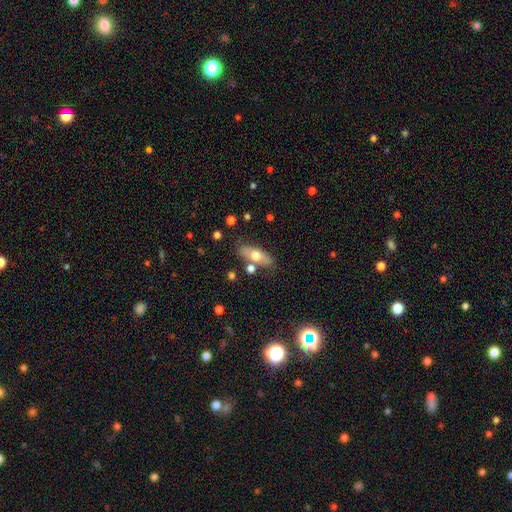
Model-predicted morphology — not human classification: Q: Smooth or featured?
A: smooth (61%); runner-up: featured or disk (32%)
Q: How rounded?
A: in between (68%); runner-up: cigar-shaped (28%)
Q: Merging?
A: none (75%); runner-up: minor disturbance (13%)